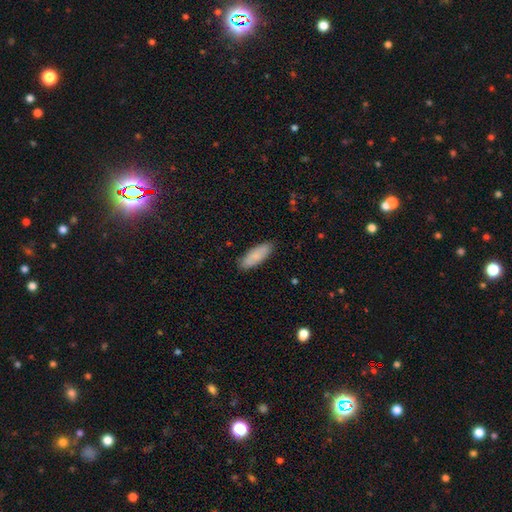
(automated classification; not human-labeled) smooth_or_featured: smooth (p=0.84) [alt: featured or disk p=0.10]
how_rounded: in between (p=0.66) [alt: cigar-shaped p=0.32]
merging: none (p=0.86) [alt: minor disturbance p=0.11]